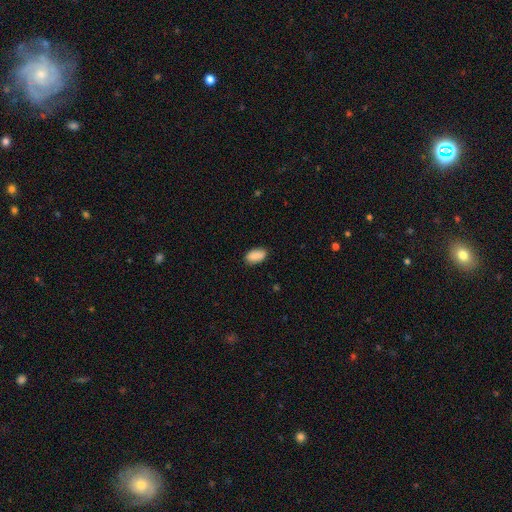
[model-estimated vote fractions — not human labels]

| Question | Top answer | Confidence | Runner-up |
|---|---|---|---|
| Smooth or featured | smooth | 89% | star or artifact (7%) |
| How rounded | in between | 93% | round (4%) |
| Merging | none | 85% | minor disturbance (11%) |